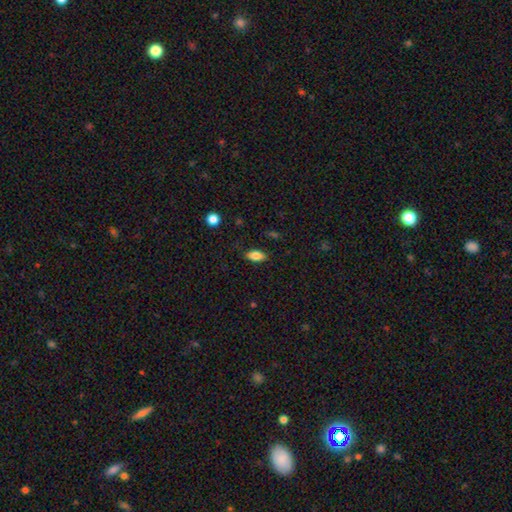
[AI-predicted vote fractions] Smooth or featured? Predicted: smooth (p=0.83). How rounded? Predicted: in between (p=0.88). Merging? Predicted: none (p=0.84).